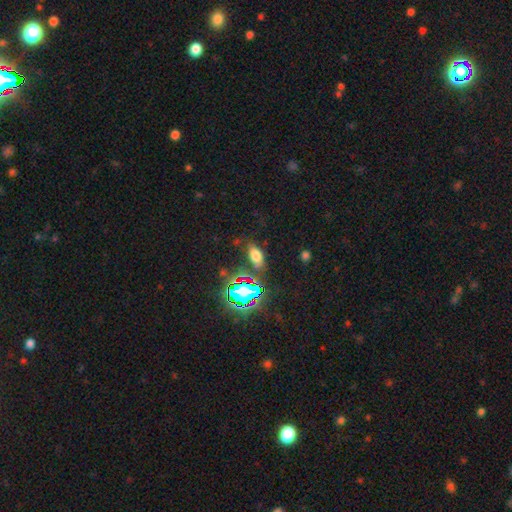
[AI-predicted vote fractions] Smooth or featured? smooth (62%)
How rounded? in between (86%)
Merging? none (76%)